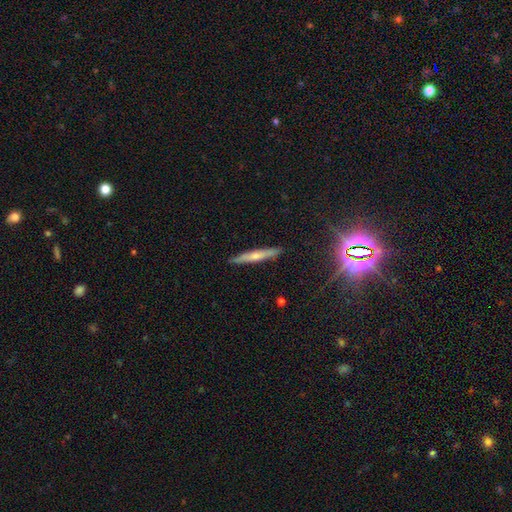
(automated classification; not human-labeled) This appears to be a smooth galaxy with no disk features (49%). Merging: none (90%).